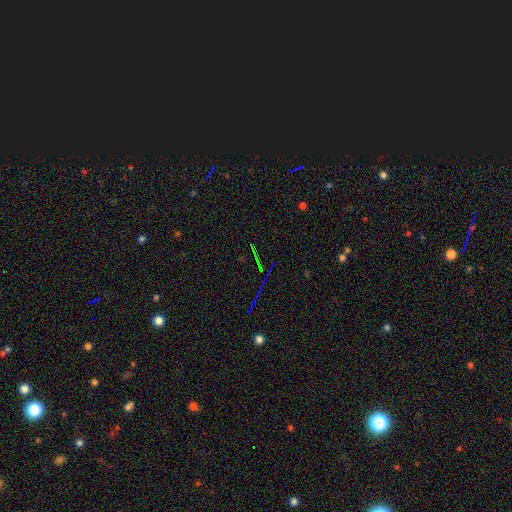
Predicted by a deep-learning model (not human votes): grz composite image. It shows a star or artifact, not a galaxy (75%).